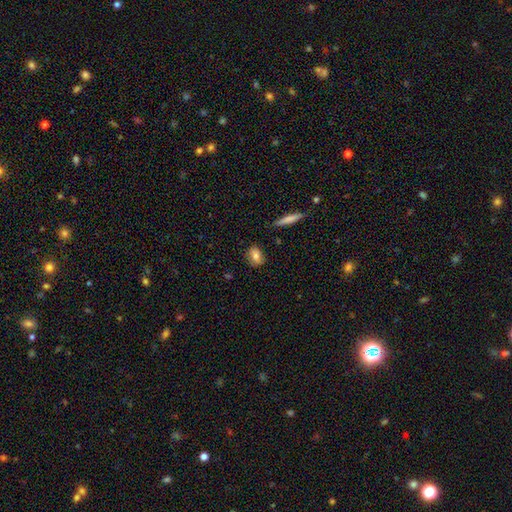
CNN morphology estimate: Q: Smooth or featured?
A: smooth (73%); runner-up: featured or disk (19%)
Q: How rounded?
A: in between (70%); runner-up: round (25%)
Q: Merging?
A: none (81%); runner-up: minor disturbance (14%)